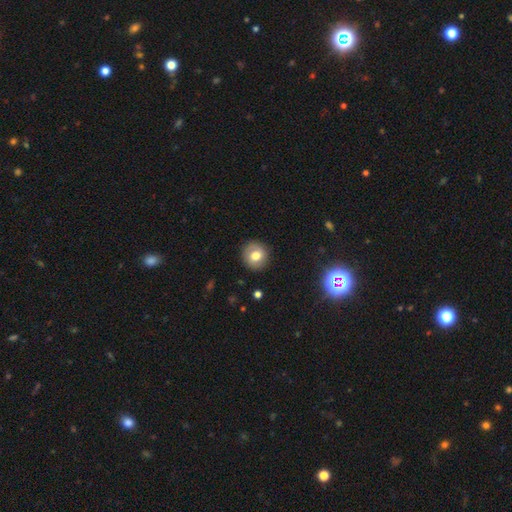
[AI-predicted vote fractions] Smooth or featured? Predicted: smooth (p=0.70). How rounded? Predicted: round (p=0.89). Merging? Predicted: none (p=0.88).